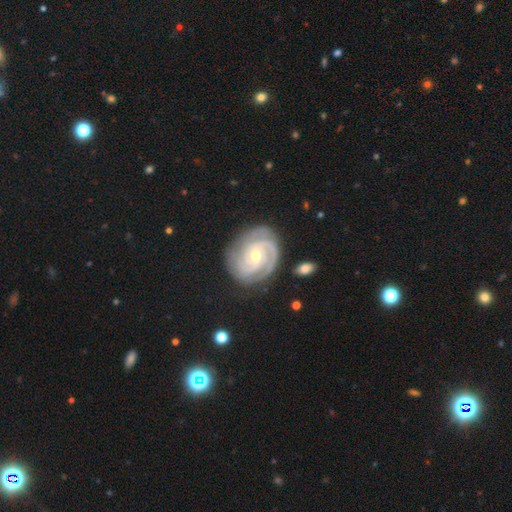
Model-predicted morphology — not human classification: A featured or disk galaxy (91%) with no bar (56%), 3 (42%) tight (74%) spiral arms (98%) and a small central bulge (58%).

Vote fractions:
- Smooth or featured? featured or disk: 91% / smooth: 5% / star or artifact: 4%
- Edge-on disk? no: 98% / yes: 2%
- Bar? no: 56% / weak: 34% / strong: 10%
- Spiral arms? yes: 98% / no: 2%
- Spiral winding? tight: 74% / medium: 23% / loose: 3%
- Spiral arm count? 3: 42% / 2: 24% / can't tell: 13% / 4: 11% / more than 4: 5% / 1: 5%
- Bulge size? small: 58% / moderate: 39% / large: 1% / none: 1% / dominant: 1%
- Merging? none: 79% / minor disturbance: 15% / major disturbance: 5% / merger: 2%